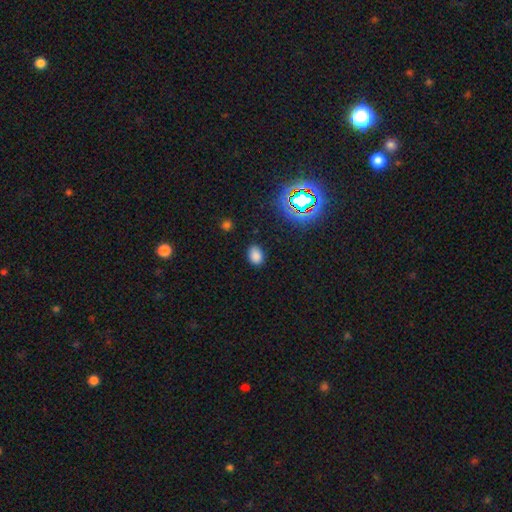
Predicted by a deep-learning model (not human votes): Smooth or featured? smooth (80%)
How rounded? in between (77%)
Merging? none (83%)